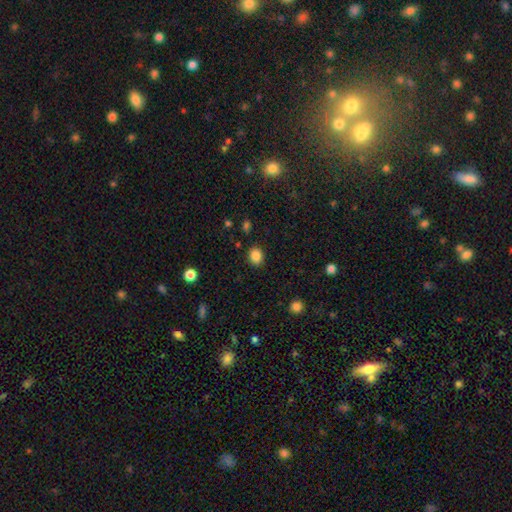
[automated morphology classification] The model was most divided on "how rounded": round: 56%, in between: 43%, cigar-shaped: 1%. More confident: merging — none (87%); smooth or featured — smooth (86%).